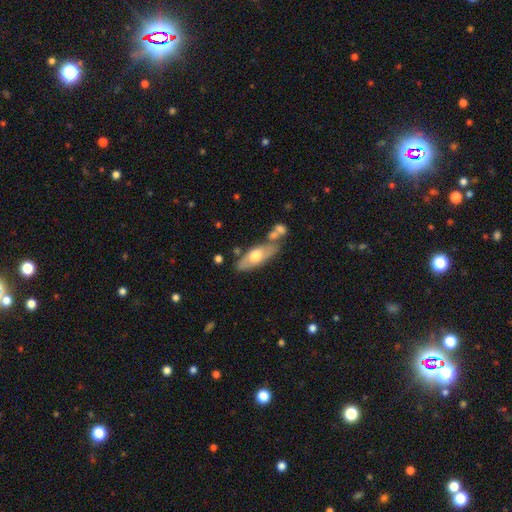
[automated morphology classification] This is possibly a smooth galaxy (52%). How rounded: likely in between (61%). Merging: possibly none (55%).